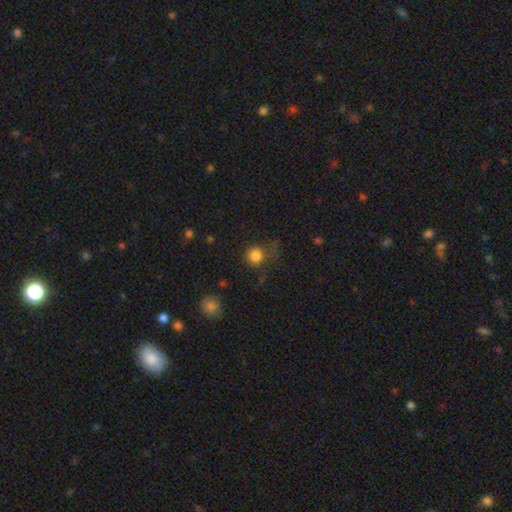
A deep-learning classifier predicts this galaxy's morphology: smooth 83%, star or artifact 12%, featured or disk 5%. Down the decision tree: how rounded — round (91%); merging — none (69%).